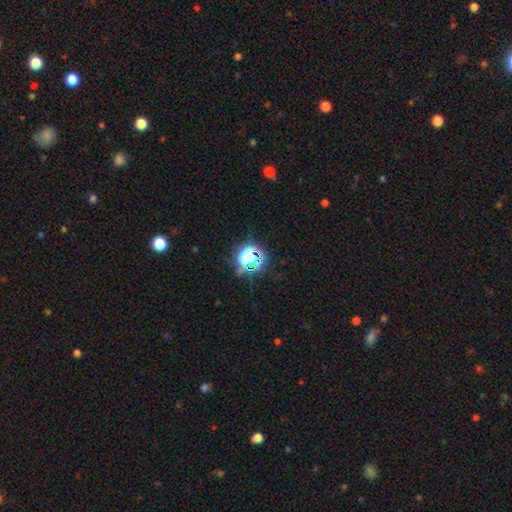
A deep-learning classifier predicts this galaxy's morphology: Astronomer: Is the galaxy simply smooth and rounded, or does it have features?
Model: star or artifact — 56% (runner-up: smooth, 34%).